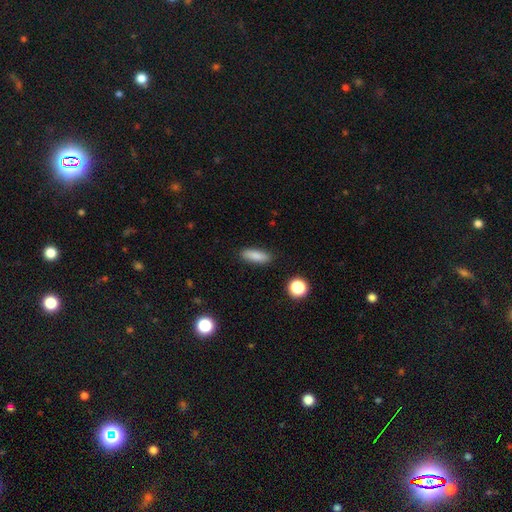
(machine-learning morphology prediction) This is clearly a smooth galaxy (85%). How rounded: likely in between (61%). Merging: clearly none (88%).